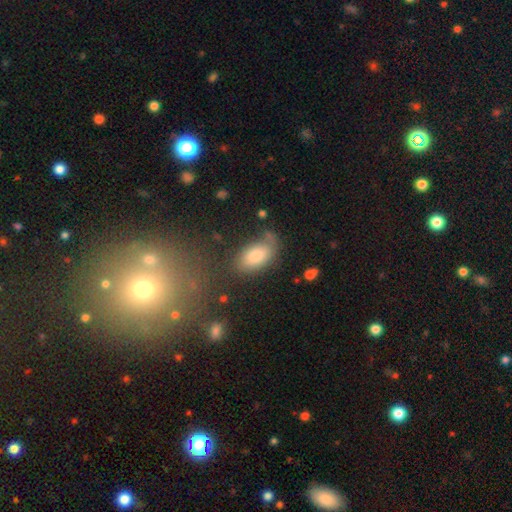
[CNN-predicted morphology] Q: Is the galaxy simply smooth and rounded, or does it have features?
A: smooth — 79%.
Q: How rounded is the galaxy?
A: in between — 94%.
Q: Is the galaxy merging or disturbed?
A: none — 61%.